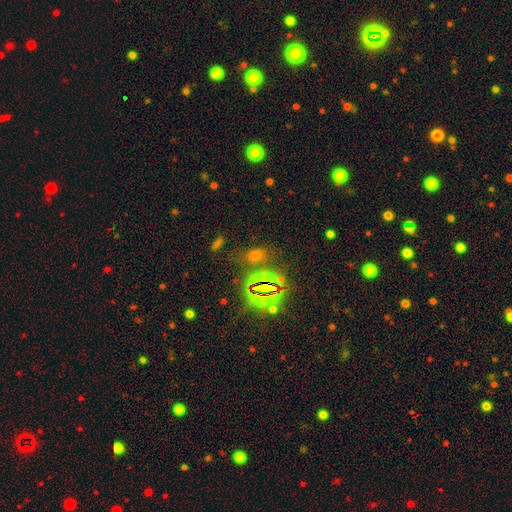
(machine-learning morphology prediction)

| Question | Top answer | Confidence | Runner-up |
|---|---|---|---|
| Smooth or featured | star or artifact | 55% | smooth (36%) |